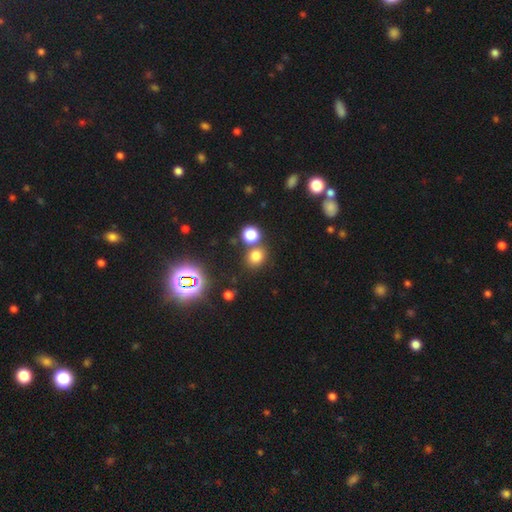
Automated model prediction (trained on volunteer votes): This appears to be a smooth galaxy with no disk features (72%) that is round (75%). Merging: none (69%).